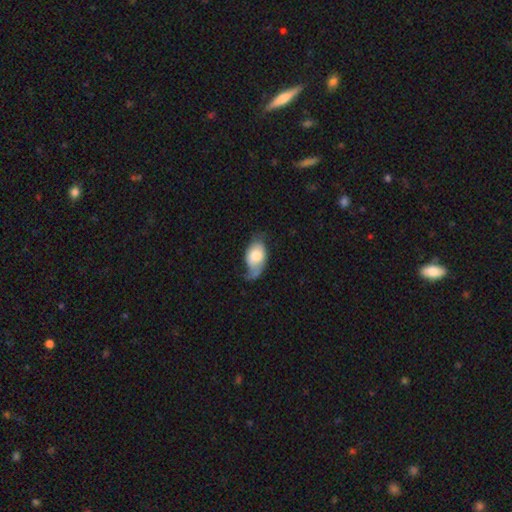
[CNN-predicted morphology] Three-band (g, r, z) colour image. It shows a smooth galaxy with no disk features (57%) that is in between round and cigar-shaped (89%). Merging: minor disturbance (37%).